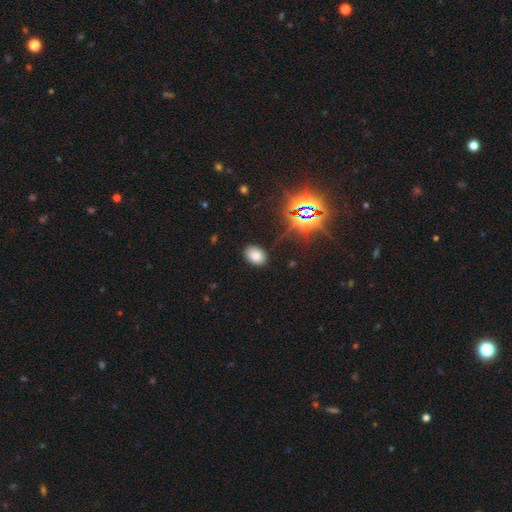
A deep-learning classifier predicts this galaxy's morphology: Smooth or featured: smooth — 74% (star or artifact — 19%)
How rounded: in between — 85% (round — 14%)
Merging: none — 86% (minor disturbance — 9%)